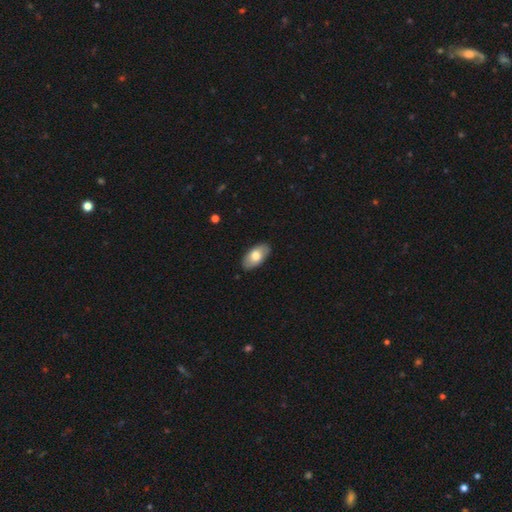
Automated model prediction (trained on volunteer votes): smooth_or_featured: smooth (p=0.72) [alt: featured or disk p=0.22]
how_rounded: in between (p=0.94) [alt: round p=0.03]
merging: none (p=0.87) [alt: minor disturbance p=0.10]